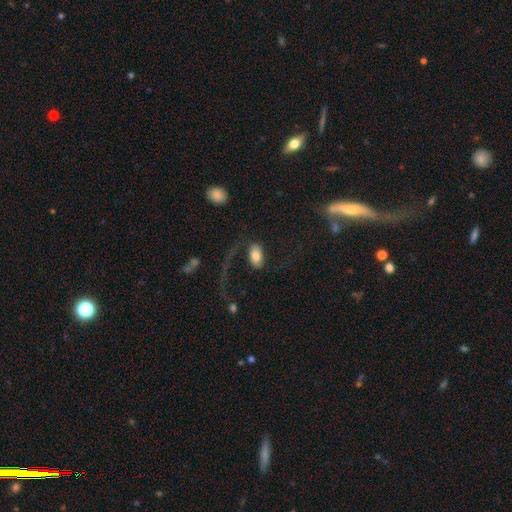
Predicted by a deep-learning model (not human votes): A smooth galaxy with no disk features (67%) that is in between round and cigar-shaped (93%).

Vote fractions:
- Smooth or featured? smooth: 67% / featured or disk: 25% / star or artifact: 8%
- How rounded? in between: 93% / round: 4% / cigar-shaped: 2%
- Merging? none: 54% / major disturbance: 27% / minor disturbance: 14% / merger: 4%